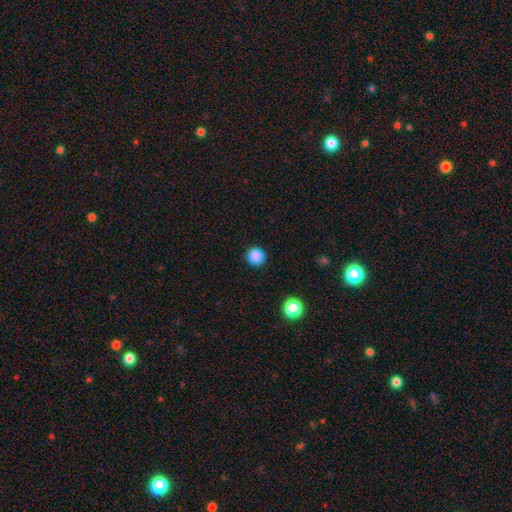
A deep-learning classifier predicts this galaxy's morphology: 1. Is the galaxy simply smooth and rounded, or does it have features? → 86% smooth, 11% star or artifact, 3% featured or disk.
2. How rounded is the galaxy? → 94% round, 5% in between, 1% cigar-shaped.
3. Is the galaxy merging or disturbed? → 91% none, 6% minor disturbance, 2% major disturbance, 1% merger.